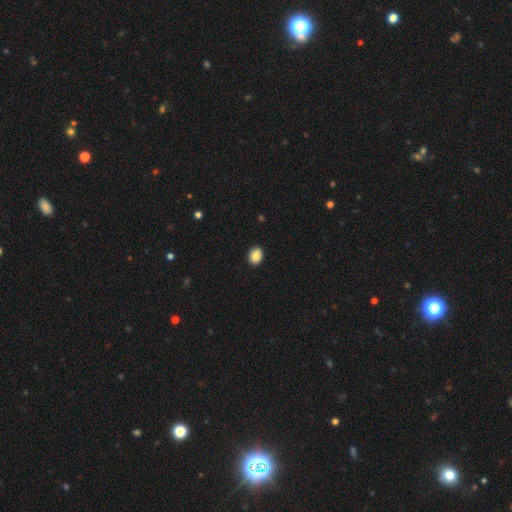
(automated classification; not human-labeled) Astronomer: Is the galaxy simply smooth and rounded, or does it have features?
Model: smooth — 89%.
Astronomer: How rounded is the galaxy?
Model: in between — 56% (runner-up: round, 43%).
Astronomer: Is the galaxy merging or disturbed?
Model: none — 91%.